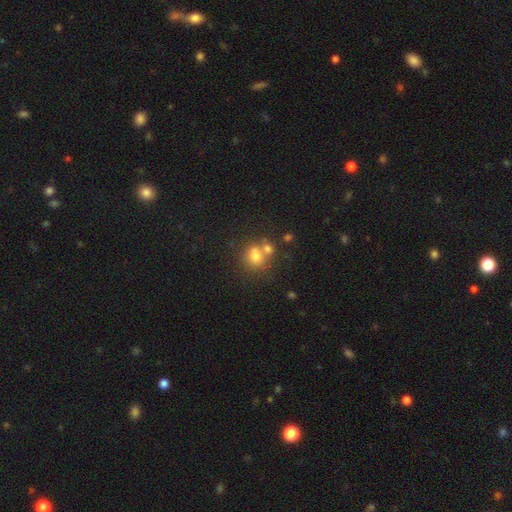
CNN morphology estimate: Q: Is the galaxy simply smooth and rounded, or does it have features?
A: smooth — 70%.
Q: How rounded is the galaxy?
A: round — 69%.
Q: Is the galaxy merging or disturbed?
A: merger — 43%.